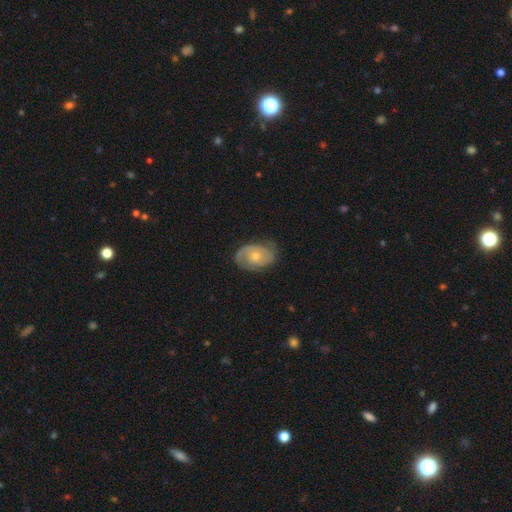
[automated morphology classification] Smooth or featured? featured or disk (64%)
Edge-on disk? no (96%)
Bar? no (78%)
Spiral arms? yes (83%)
Spiral winding? tight (44%)
Spiral arm count? 2 (64%)
Bulge size? moderate (52%)
Merging? none (68%)